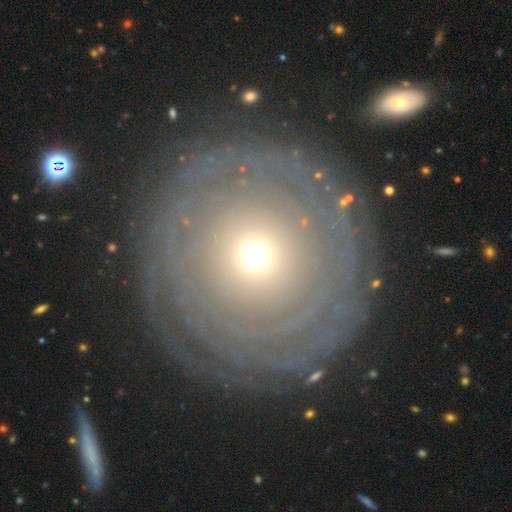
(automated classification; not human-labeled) Morphology: type=featured or disk (70%); edge-on=no (95%); bar=no (86%); spiral arms=yes (71%); bulge=small (58%); merging=none (83%).